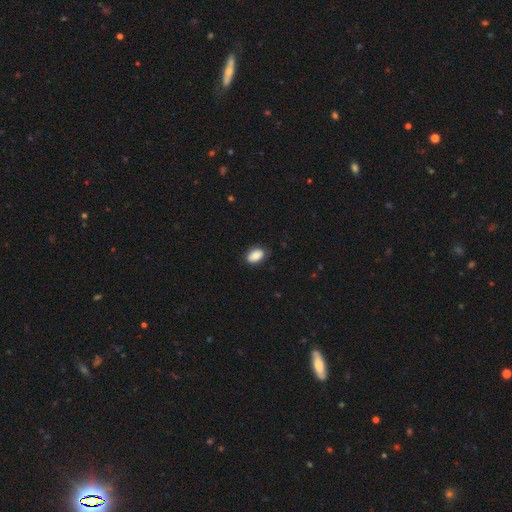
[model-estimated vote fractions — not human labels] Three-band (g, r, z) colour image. It shows a smooth galaxy with no disk features (81%) that is in between round and cigar-shaped (87%). Merging: none (82%).